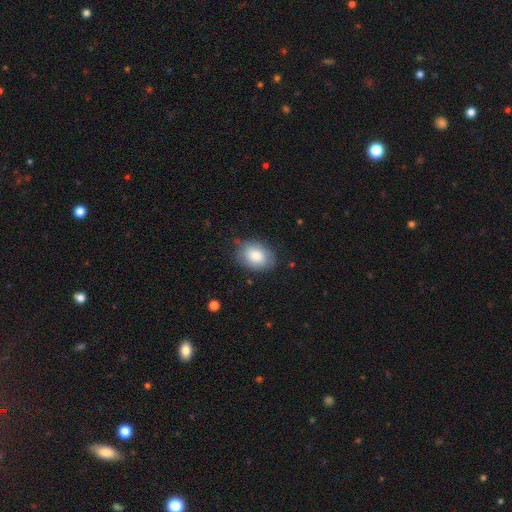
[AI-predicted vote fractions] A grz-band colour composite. It shows a smooth galaxy with no disk features (84%) that is in between round and cigar-shaped (76%). Merging: none (75%).